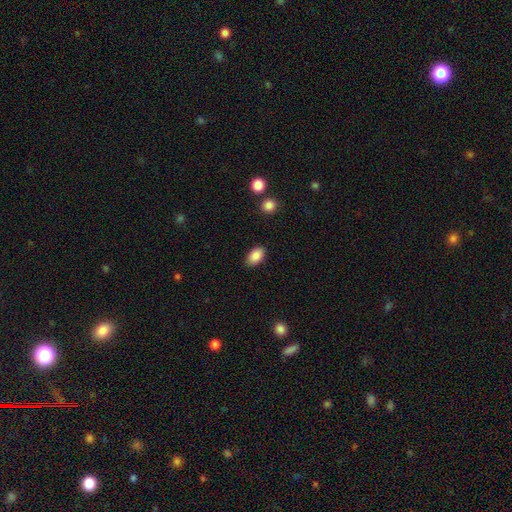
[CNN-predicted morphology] smooth_or_featured: smooth (p=0.87) [alt: star or artifact p=0.08]
how_rounded: in between (p=0.90) [alt: round p=0.08]
merging: none (p=0.87) [alt: minor disturbance p=0.09]